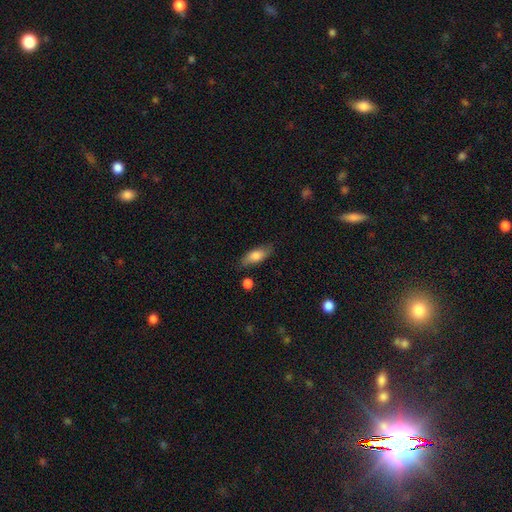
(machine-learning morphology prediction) This is likely a smooth galaxy (76%). How rounded: likely in between (74%). Merging: likely none (78%).